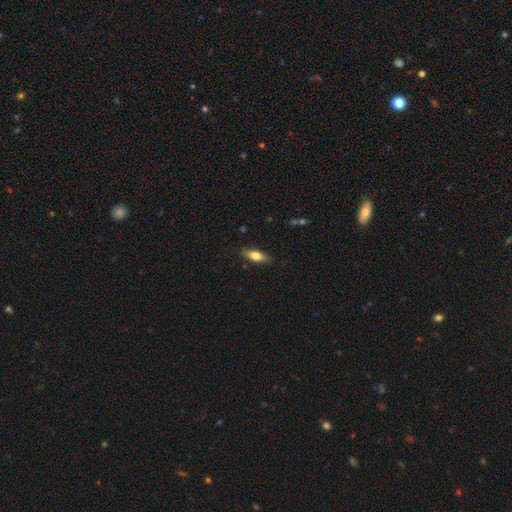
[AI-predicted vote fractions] A smooth galaxy with no disk features (72%) that is in between round and cigar-shaped (68%). Merging: none (82%).